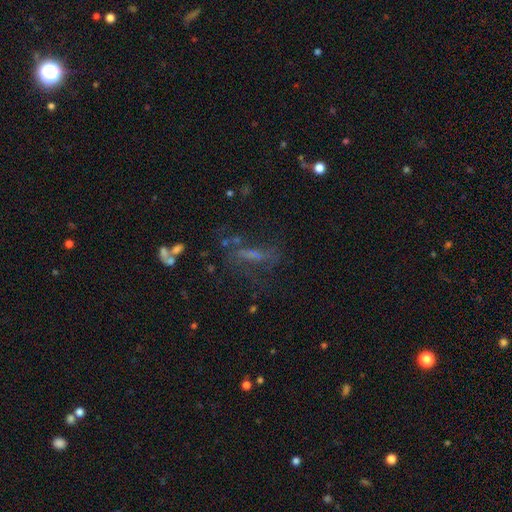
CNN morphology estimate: type=featured or disk (41%); merging=none (51%).